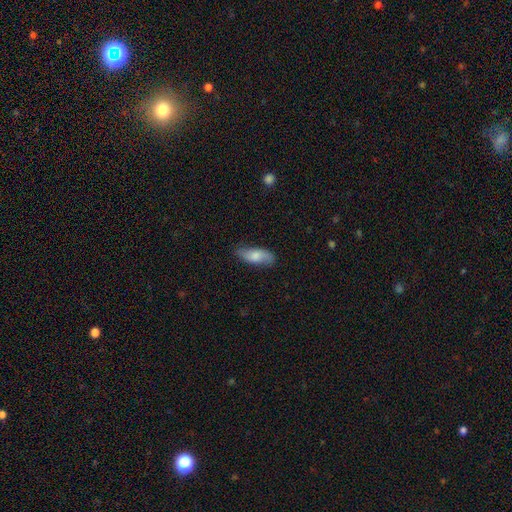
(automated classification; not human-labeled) Smooth or featured? Predicted: smooth (p=0.65). How rounded? Predicted: in between (p=0.75). Merging? Predicted: none (p=0.77).